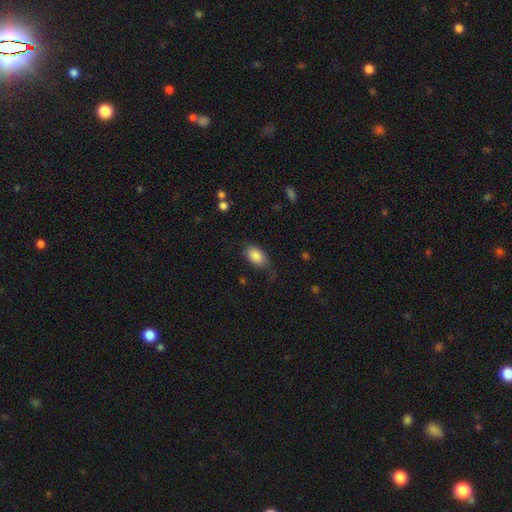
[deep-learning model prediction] This appears to be a smooth galaxy with no disk features (87%) that is in between round and cigar-shaped (91%). Merging: none (68%).